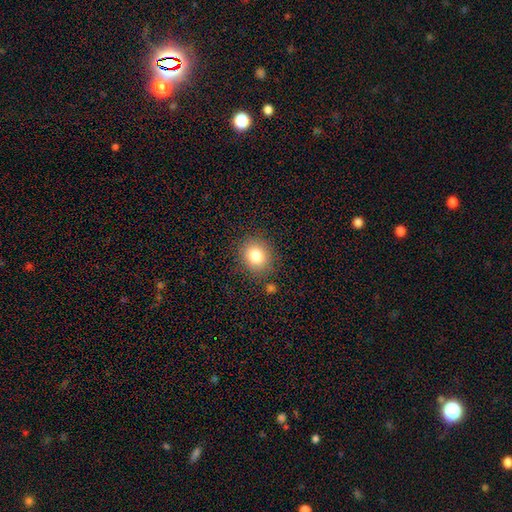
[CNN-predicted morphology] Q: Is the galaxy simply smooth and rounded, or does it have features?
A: smooth — 83%.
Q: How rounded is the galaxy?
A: round — 66%.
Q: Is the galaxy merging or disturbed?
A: none — 83%.